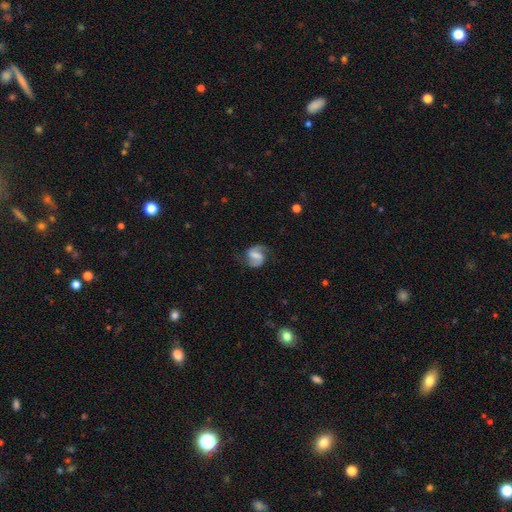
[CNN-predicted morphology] This is clearly a featured or disk galaxy (82%). It is clearly not viewed edge-on (98%). Bar: possibly weak (48%). Spiral arm pattern: clearly yes (96%). Spiral arm count: clearly 2 (91%). Spiral winding: possibly medium (52%). Central bulge: marginally none (33%). Merging: likely none (76%).